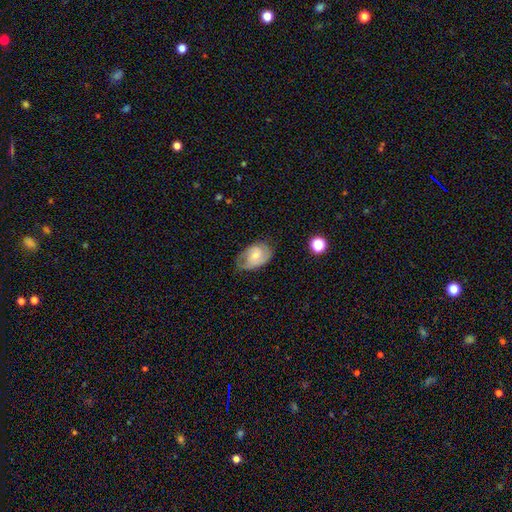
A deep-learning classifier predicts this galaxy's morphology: This is possibly a smooth galaxy (51%). How rounded: clearly in between (83%). Merging: possibly none (52%).